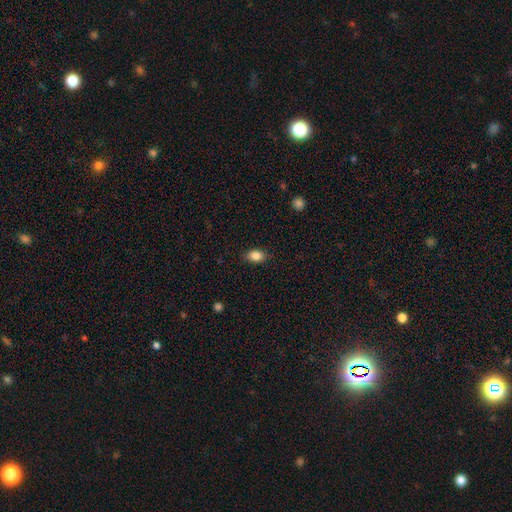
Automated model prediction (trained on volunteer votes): Smooth or featured? Predicted: smooth (p=0.86). How rounded? Predicted: in between (p=0.82). Merging? Predicted: none (p=0.87).